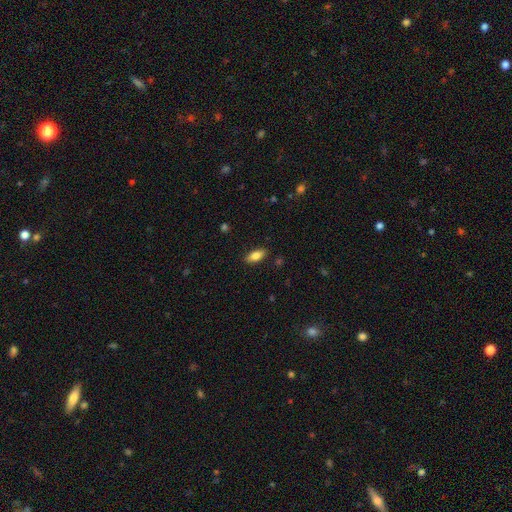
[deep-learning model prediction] A smooth galaxy with no disk features (82%) that is in between round and cigar-shaped (87%). Merging: none (87%).